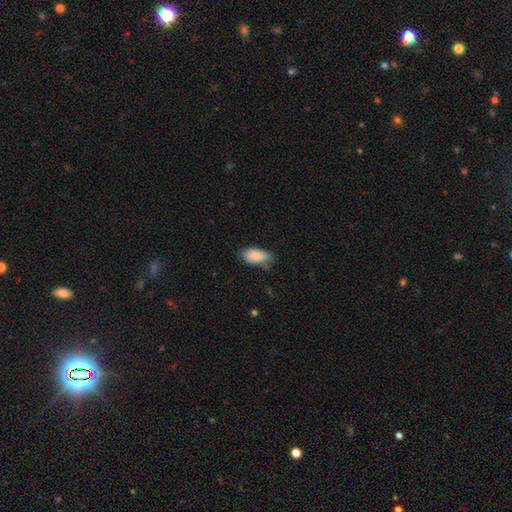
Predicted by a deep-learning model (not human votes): Smooth or featured?
  - smooth: 84% *
  - featured or disk: 9%
  - star or artifact: 7%
How rounded?
  - in between: 93% *
  - cigar-shaped: 4%
  - round: 3%
Merging?
  - none: 67% *
  - minor disturbance: 26%
  - major disturbance: 4%
  - merger: 3%